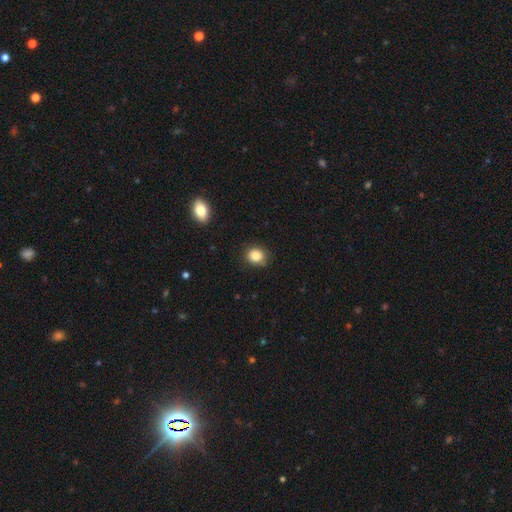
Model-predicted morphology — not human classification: This appears to be a smooth galaxy with no disk features (85%) that is round (74%). Merging: none (82%).